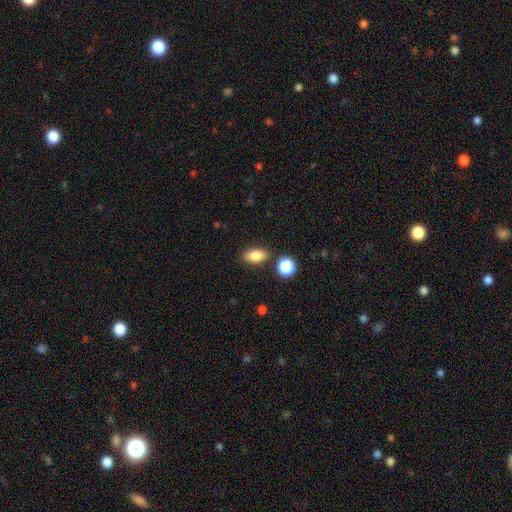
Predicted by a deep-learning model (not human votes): The model was most divided on "smooth or featured": smooth: 81%, featured or disk: 10%, star or artifact: 9%. More confident: how rounded — in between (83%); merging — none (82%).